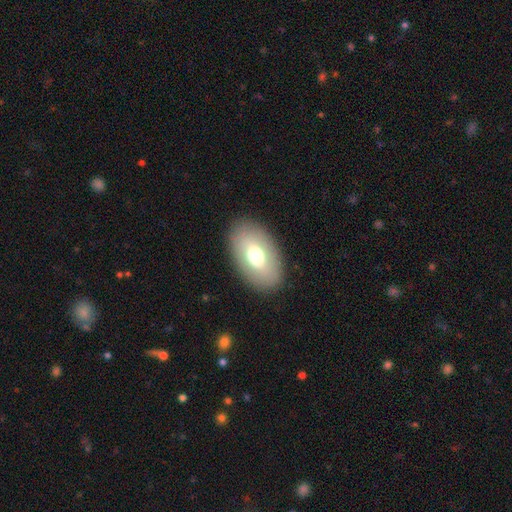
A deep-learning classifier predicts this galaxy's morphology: smooth_or_featured: smooth (p=0.63) [alt: featured or disk p=0.30]
how_rounded: in between (p=0.92) [alt: round p=0.07]
merging: none (p=0.86) [alt: minor disturbance p=0.09]